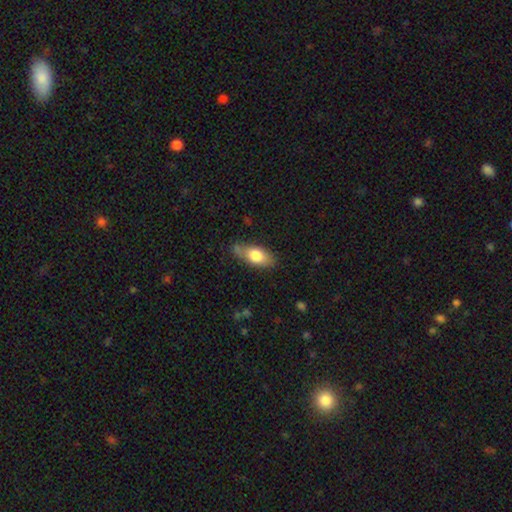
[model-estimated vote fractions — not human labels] A smooth galaxy with no disk features (74%) that is in between round and cigar-shaped (83%).

Vote fractions:
- Smooth or featured? smooth: 74% / featured or disk: 19% / star or artifact: 7%
- How rounded? in between: 83% / cigar-shaped: 13% / round: 4%
- Merging? none: 69% / minor disturbance: 22% / major disturbance: 5% / merger: 3%